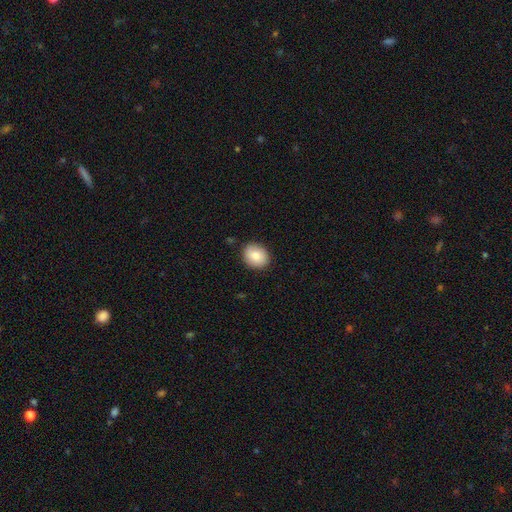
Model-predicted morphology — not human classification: Overall: smooth (83%). How rounded: round (63%; in between 36%). Merging: none (87%).